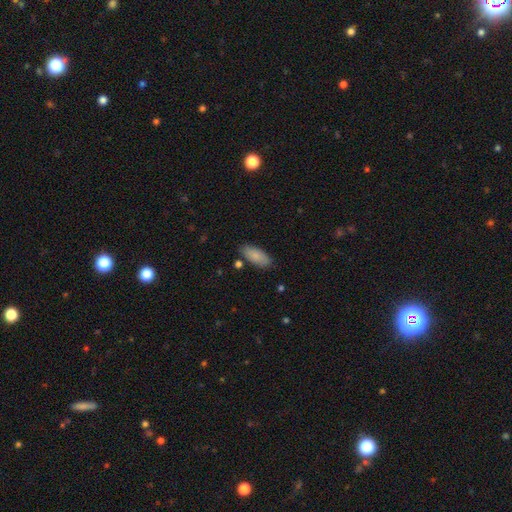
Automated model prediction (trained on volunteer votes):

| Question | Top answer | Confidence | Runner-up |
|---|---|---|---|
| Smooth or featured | smooth | 86% | featured or disk (8%) |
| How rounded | in between | 87% | cigar-shaped (11%) |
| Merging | none | 81% | minor disturbance (13%) |